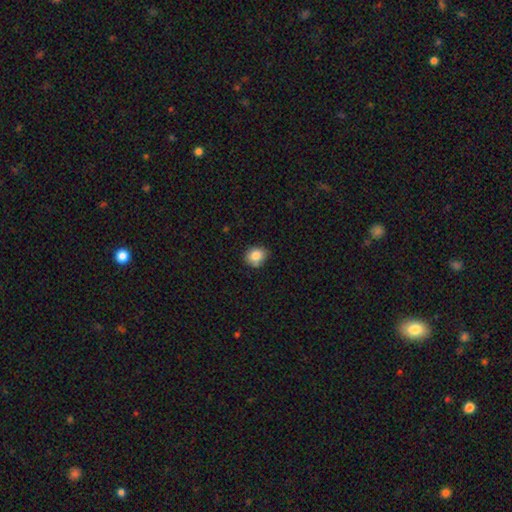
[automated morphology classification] Smooth or featured? smooth (85%)
How rounded? round (65%)
Merging? none (78%)